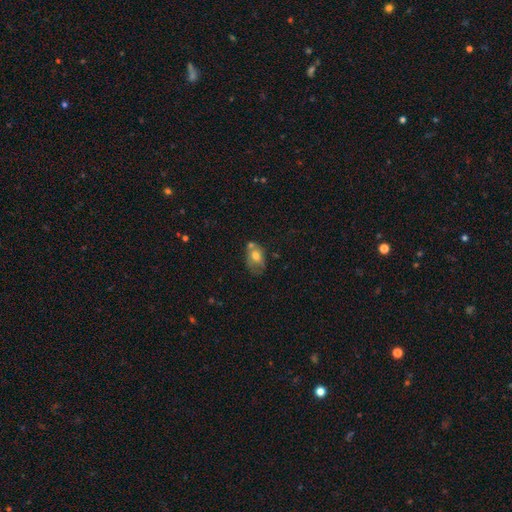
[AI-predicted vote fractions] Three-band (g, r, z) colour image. It shows a smooth galaxy with no disk features (64%) that is in between round and cigar-shaped (79%). Merging: none (35%).